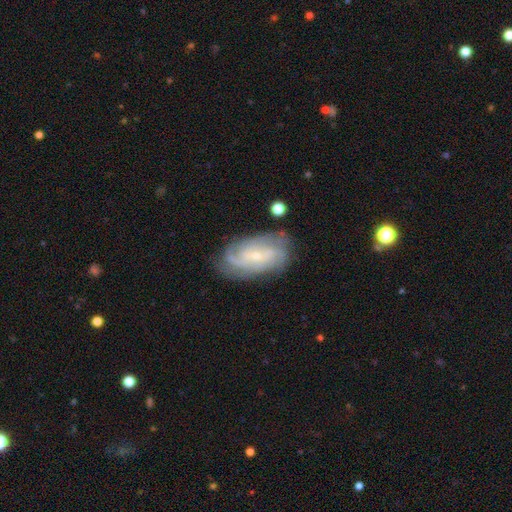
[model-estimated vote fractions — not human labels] smooth-or-featured: featured or disk: 79% | smooth: 14% | star or artifact: 7%
  disk-edge-on: no: 95% | yes: 5%
    bar: no: 57% | weak: 34% | strong: 10%
    has-spiral-arms: yes: 93% | no: 7%
      spiral-winding: tight: 55% | medium: 34% | loose: 11%
      spiral-arm-count: can't tell: 36% | 3: 19% | 4: 17% | 2: 17% | more than 4: 6% | 1: 5%
    bulge-size: small: 78% | moderate: 17% | none: 3% | large: 1% | dominant: 1%
  merging: none: 74% | minor disturbance: 18% | major disturbance: 6% | merger: 2%